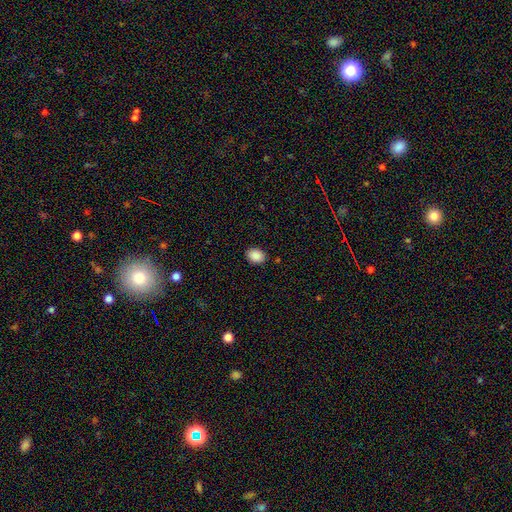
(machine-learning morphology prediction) smooth-or-featured: smooth: 89% | star or artifact: 8% | featured or disk: 3%
  how-rounded: in between: 65% | round: 34% | cigar-shaped: 1%
  merging: none: 89% | minor disturbance: 8% | major disturbance: 2% | merger: 1%